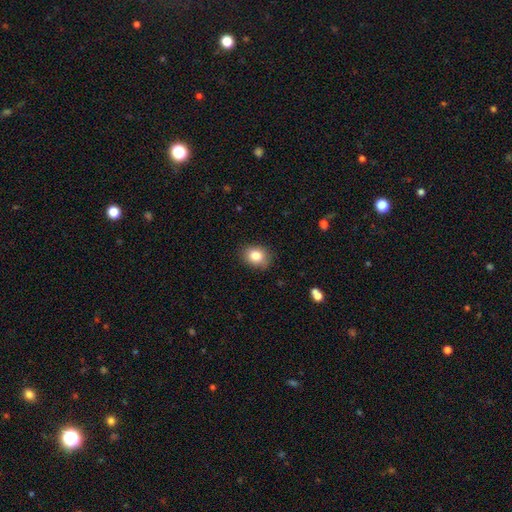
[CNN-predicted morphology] A smooth galaxy with no disk features (84%) that is in between round and cigar-shaped (55%). Merging: none (85%).